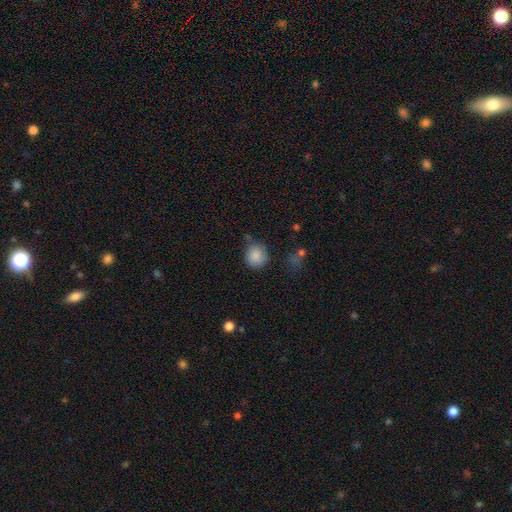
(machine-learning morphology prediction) Smooth or featured?
  - smooth: 87% *
  - star or artifact: 9%
  - featured or disk: 4%
How rounded?
  - round: 85% *
  - in between: 14%
  - cigar-shaped: 1%
Merging?
  - none: 68% *
  - minor disturbance: 21%
  - major disturbance: 6%
  - merger: 5%